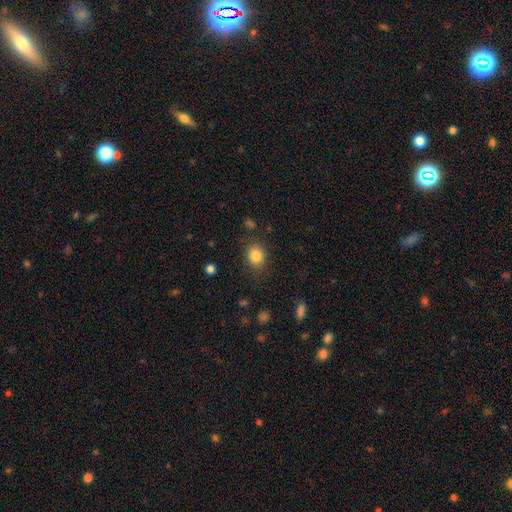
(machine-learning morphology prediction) A smooth galaxy with no disk features (84%) that is round (61%). Merging: none (84%).